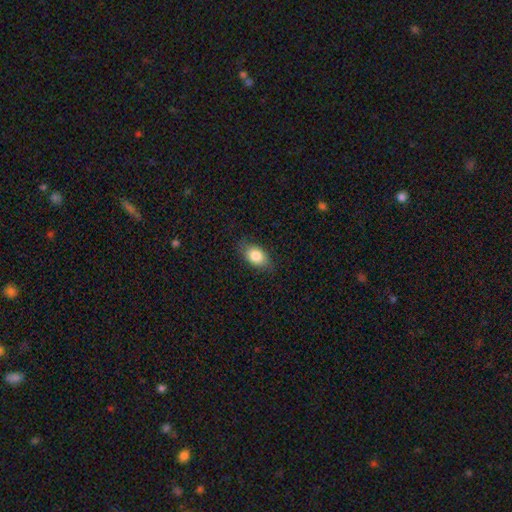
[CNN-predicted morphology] The model was most divided on "merging": none: 78%, minor disturbance: 17%, major disturbance: 4%, merger: 1%. More confident: how rounded — in between (86%); smooth or featured — smooth (83%).